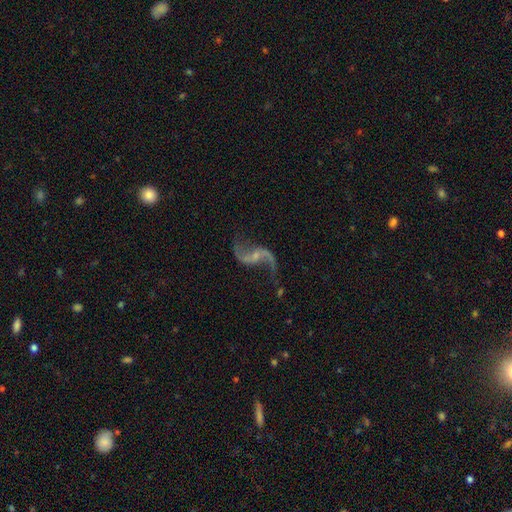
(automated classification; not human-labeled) Morphology: type=featured or disk (91%); edge-on=no (97%); bar=no (43%); spiral arms=yes (97%); winding=loose (90%); arm count=2 (94%); bulge=small (62%); merging=none (72%).